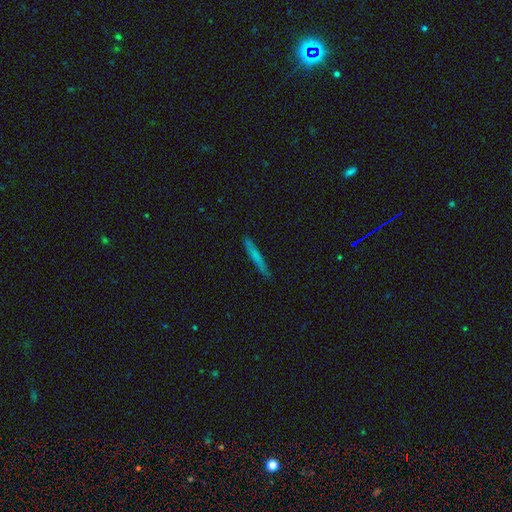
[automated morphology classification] This appears to be a smooth galaxy with no disk features (60%) that is cigar-shaped (96%). Merging: none (90%).